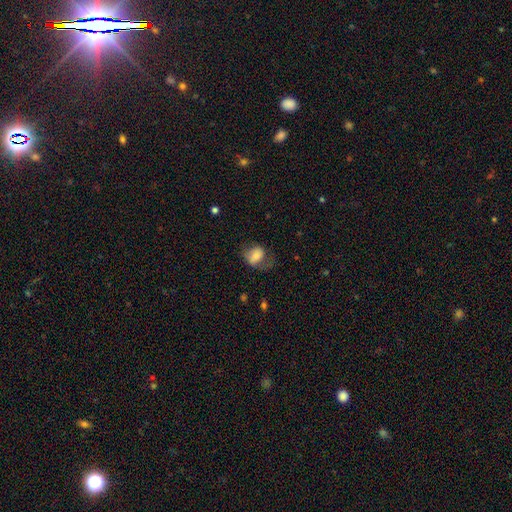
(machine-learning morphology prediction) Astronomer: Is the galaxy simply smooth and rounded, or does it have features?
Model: smooth — 67%.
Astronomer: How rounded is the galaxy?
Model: in between — 64%.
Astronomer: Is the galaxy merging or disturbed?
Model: none — 43% (runner-up: major disturbance, 29%).